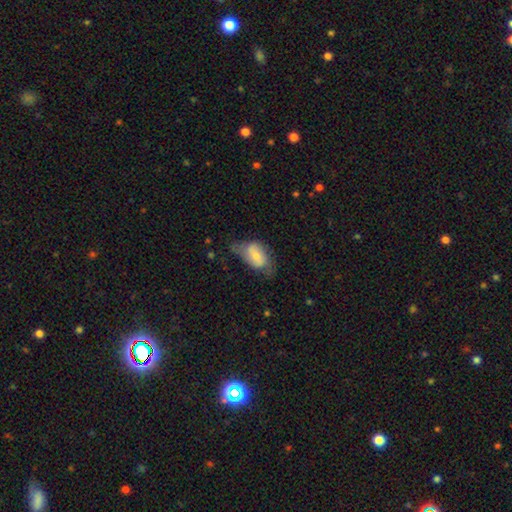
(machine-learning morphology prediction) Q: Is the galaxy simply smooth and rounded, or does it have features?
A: smooth — 50%.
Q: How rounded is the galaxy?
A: in between — 89%.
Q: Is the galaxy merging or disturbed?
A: none — 44%.